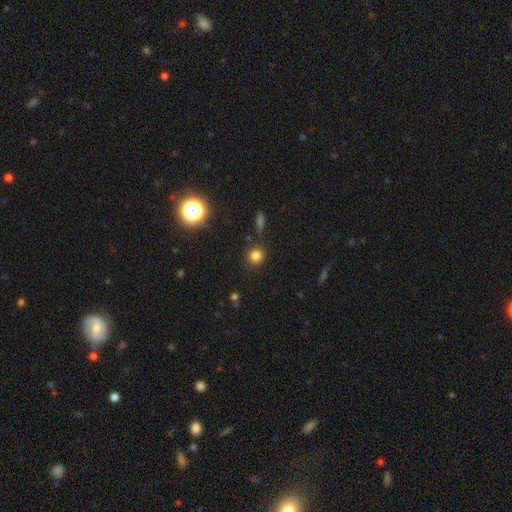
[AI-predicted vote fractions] Morphology: type=smooth (78%); roundness=round (86%); merging=none (85%).